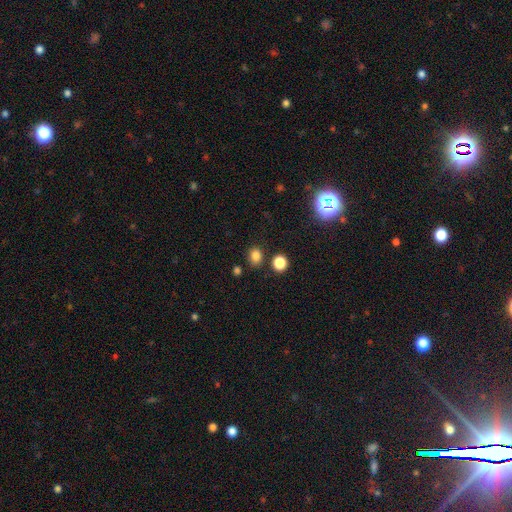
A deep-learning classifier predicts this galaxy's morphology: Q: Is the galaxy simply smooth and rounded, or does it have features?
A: smooth — 81%.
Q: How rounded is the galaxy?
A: round — 52%.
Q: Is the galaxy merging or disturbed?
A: none — 81%.